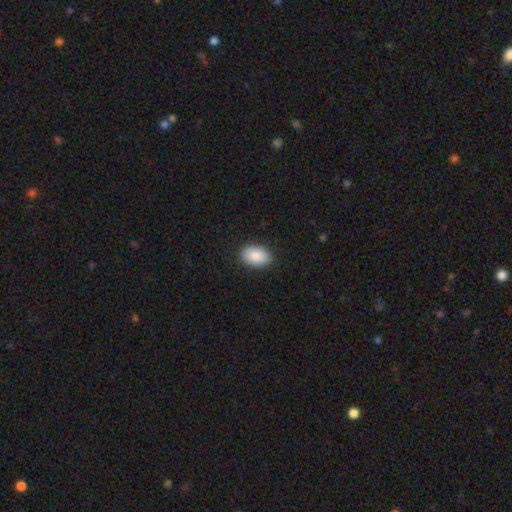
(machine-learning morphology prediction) Smooth or featured? smooth (88%)
How rounded? in between (89%)
Merging? none (88%)